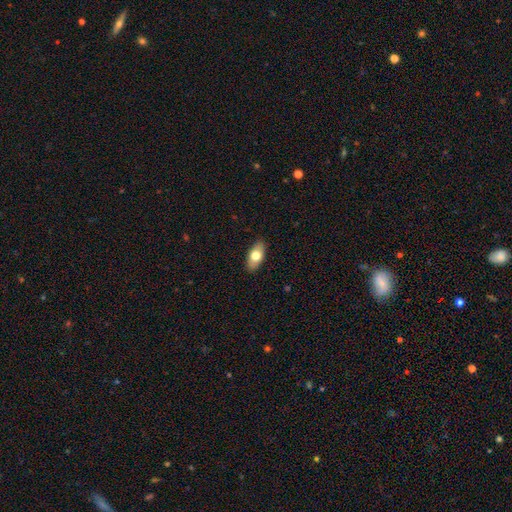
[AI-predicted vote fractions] Smooth or featured? smooth (72%)
How rounded? in between (89%)
Merging? none (88%)